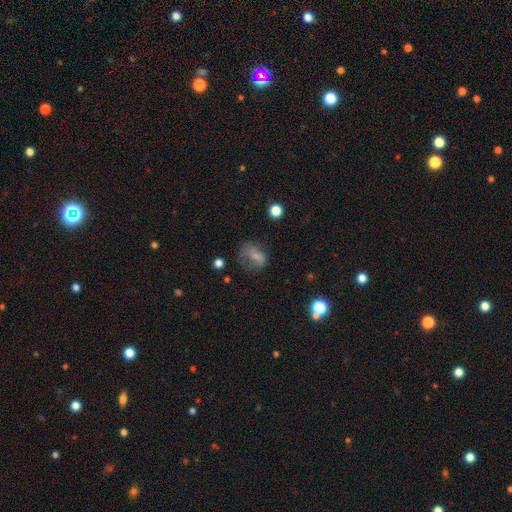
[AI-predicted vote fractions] Smooth or featured? smooth (58%)
How rounded? in between (62%)
Merging? none (37%)